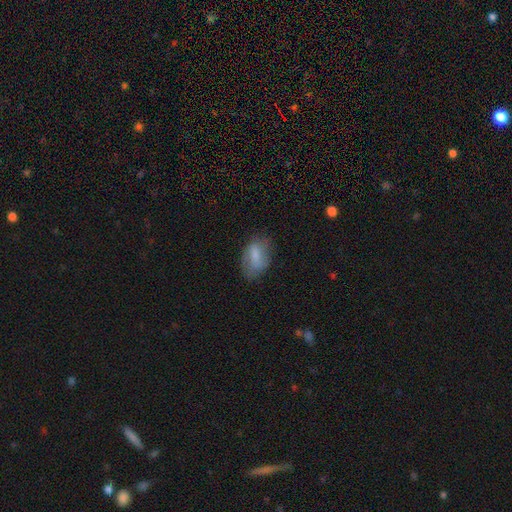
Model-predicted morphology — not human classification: This is likely a smooth galaxy (63%). How rounded: clearly in between (88%). Merging: likely none (67%).